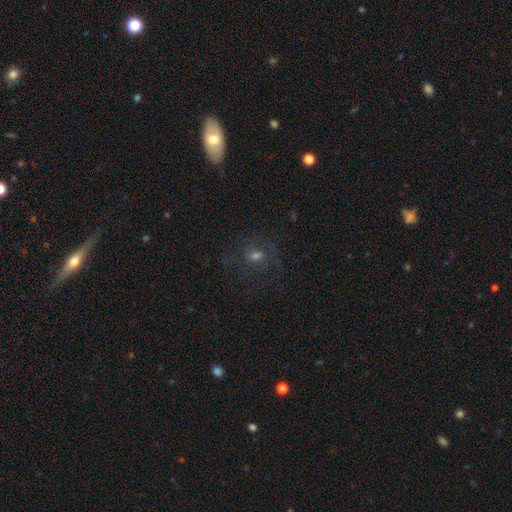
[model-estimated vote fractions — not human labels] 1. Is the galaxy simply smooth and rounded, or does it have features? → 38% smooth, 34% featured or disk, 27% star or artifact.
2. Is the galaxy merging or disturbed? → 69% none, 15% minor disturbance, 14% major disturbance, 2% merger.